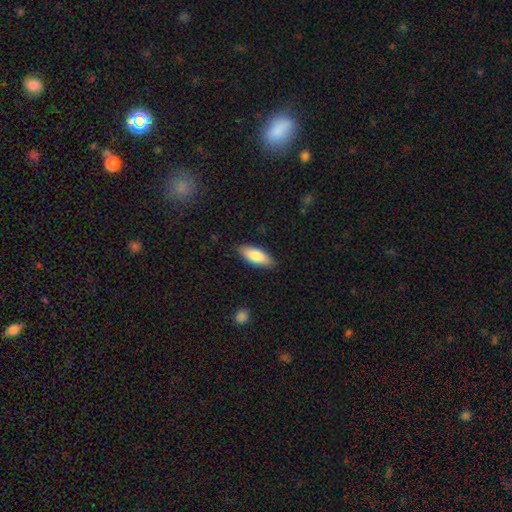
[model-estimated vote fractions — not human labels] This is clearly a smooth galaxy (83%). How rounded: likely in between (77%). Merging: clearly none (86%).